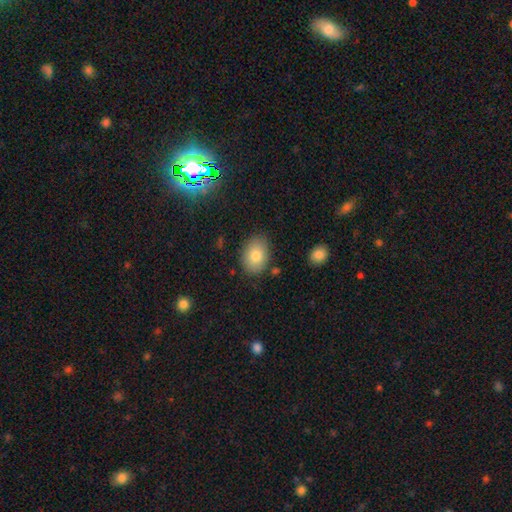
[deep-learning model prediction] Overall: smooth (80%). How rounded: in between (74%). Merging: none (82%).